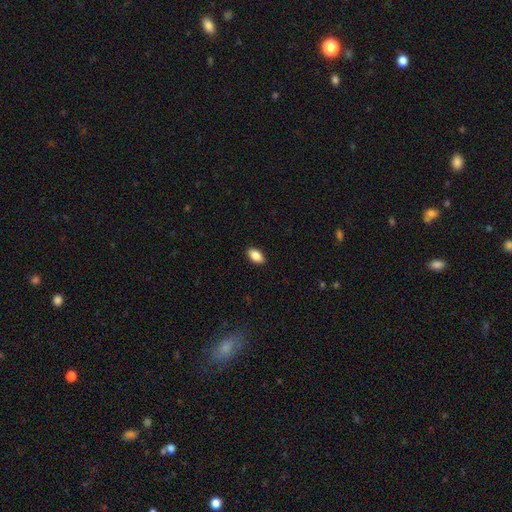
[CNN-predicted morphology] The model was most divided on "smooth or featured": smooth: 86%, star or artifact: 7%, featured or disk: 6%. More confident: how rounded — in between (92%); merging — none (90%).